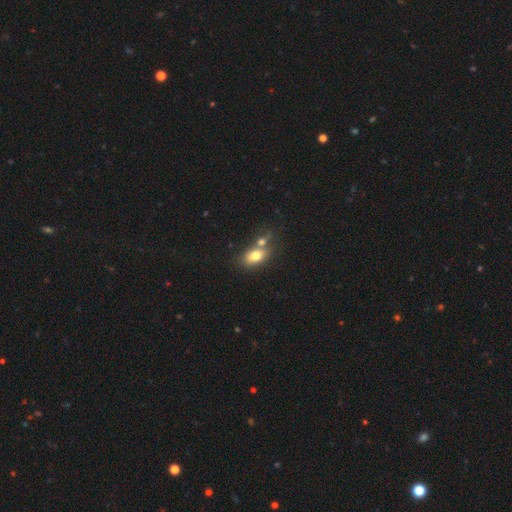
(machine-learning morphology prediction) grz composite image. It shows a smooth galaxy with no disk features (75%) that is in between round and cigar-shaped (83%). Merging: merger (43%).